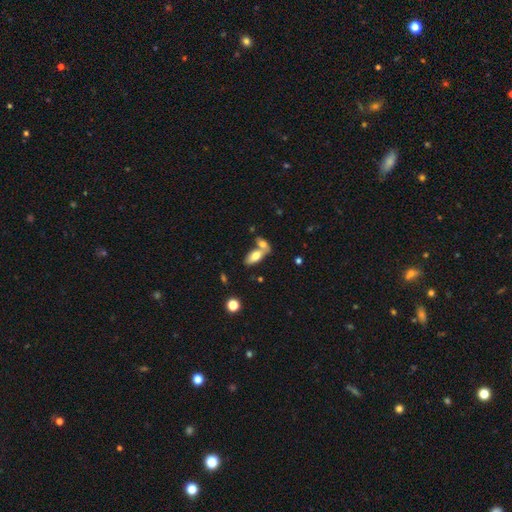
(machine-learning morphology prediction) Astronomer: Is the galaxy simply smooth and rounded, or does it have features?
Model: smooth — 72%.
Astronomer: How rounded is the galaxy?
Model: in between — 86%.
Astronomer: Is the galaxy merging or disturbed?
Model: merger — 51% (runner-up: none, 38%).